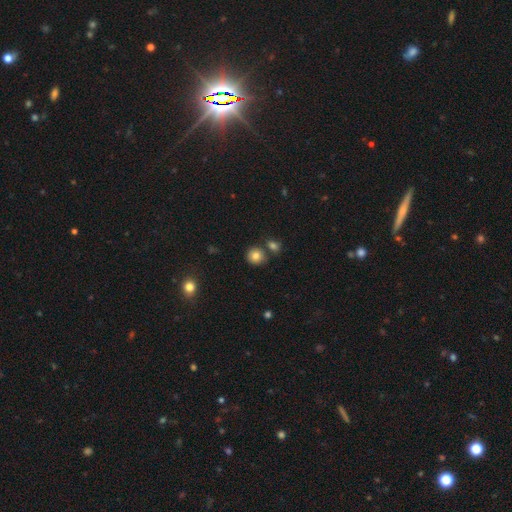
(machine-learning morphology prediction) smooth-or-featured: smooth: 81% | star or artifact: 11% | featured or disk: 8%
  how-rounded: round: 87% | in between: 12% | cigar-shaped: 1%
  merging: none: 73% | merger: 15% | minor disturbance: 10% | major disturbance: 3%